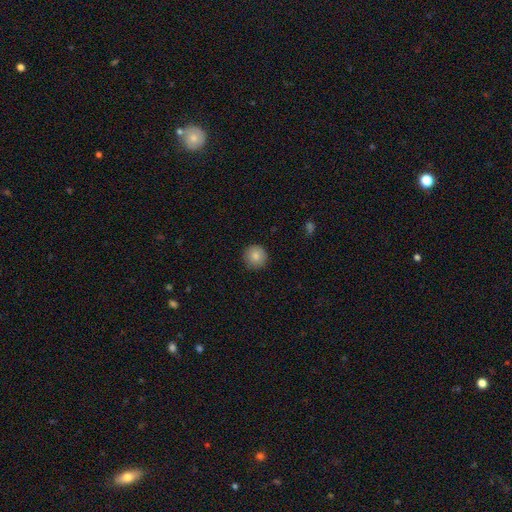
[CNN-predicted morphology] Smooth or featured: smooth — 85% (star or artifact — 9%)
How rounded: round — 95% (in between — 4%)
Merging: none — 91% (minor disturbance — 6%)